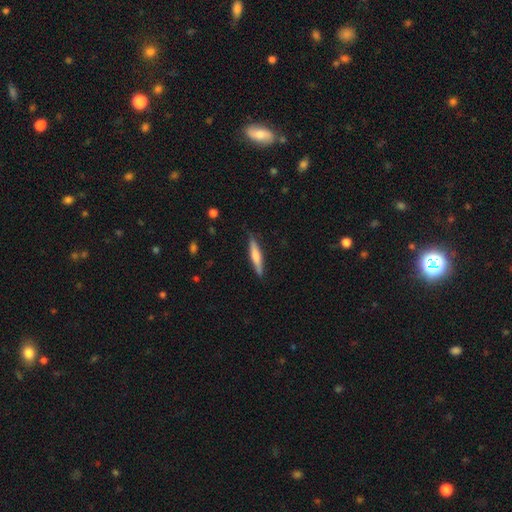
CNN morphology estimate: smooth_or_featured: smooth (p=0.60) [alt: featured or disk p=0.35]
how_rounded: cigar-shaped (p=0.89) [alt: in between p=0.09]
merging: none (p=0.85) [alt: minor disturbance p=0.11]